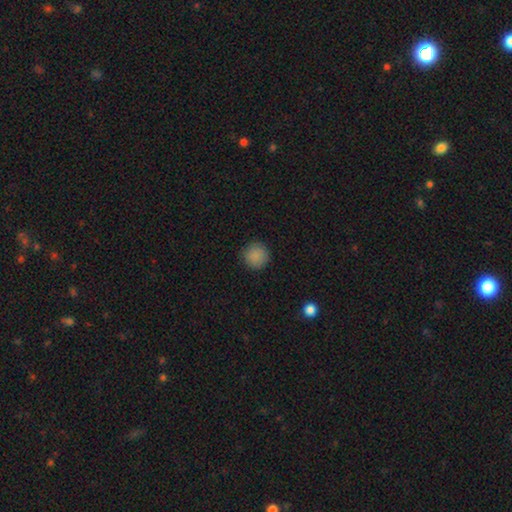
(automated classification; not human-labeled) Smooth or featured? Predicted: smooth (p=0.88). How rounded? Predicted: round (p=0.94). Merging? Predicted: none (p=0.90).